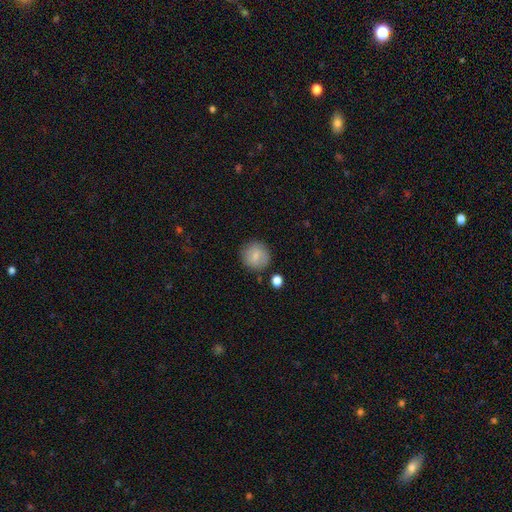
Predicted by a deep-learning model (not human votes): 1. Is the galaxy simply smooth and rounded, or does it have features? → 80% smooth, 12% featured or disk, 8% star or artifact.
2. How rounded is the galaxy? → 92% round, 7% in between, 1% cigar-shaped.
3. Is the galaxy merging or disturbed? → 84% none, 10% minor disturbance, 3% merger, 3% major disturbance.